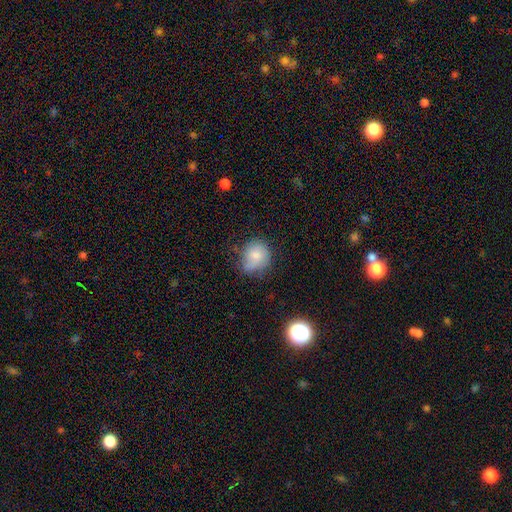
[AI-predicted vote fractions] A smooth galaxy with no disk features (72%) that is round (67%). Merging: none (47%).